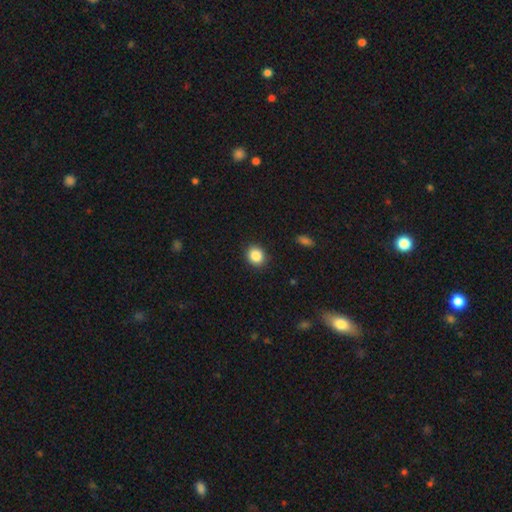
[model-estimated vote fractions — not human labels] The model was most divided on "how rounded": round: 76%, in between: 23%, cigar-shaped: 1%. More confident: merging — none (91%); smooth or featured — smooth (87%).